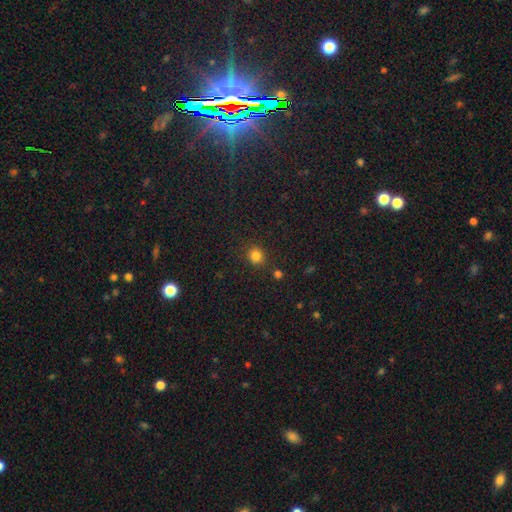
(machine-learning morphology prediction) This appears to be a smooth galaxy with no disk features (82%) that is round (87%). Merging: none (85%).